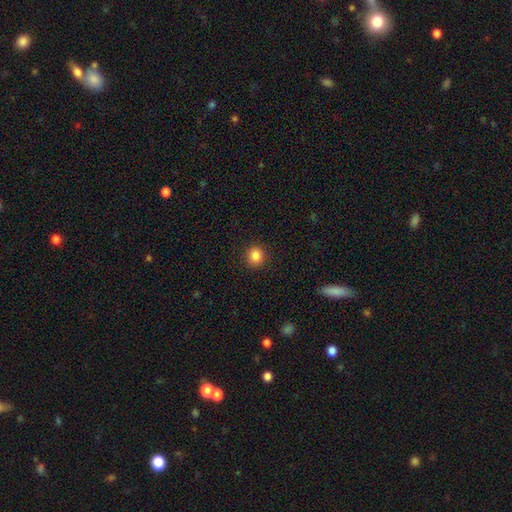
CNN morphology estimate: A smooth galaxy with no disk features (86%) that is round (87%). Merging: none (91%).